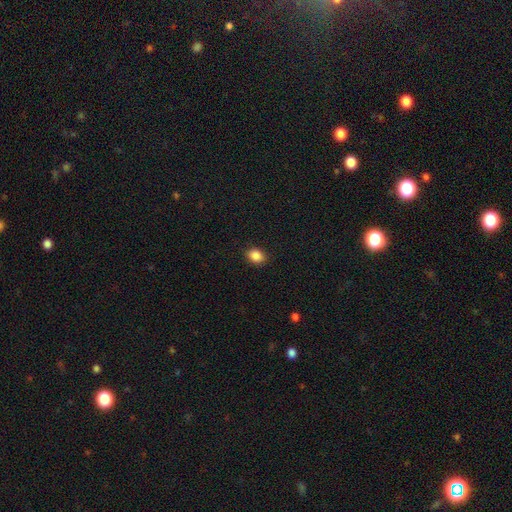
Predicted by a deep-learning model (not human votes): Smooth or featured?
  - smooth: 88% *
  - star or artifact: 9%
  - featured or disk: 3%
How rounded?
  - in between: 59% *
  - round: 40%
  - cigar-shaped: 1%
Merging?
  - none: 89% *
  - minor disturbance: 8%
  - major disturbance: 2%
  - merger: 1%